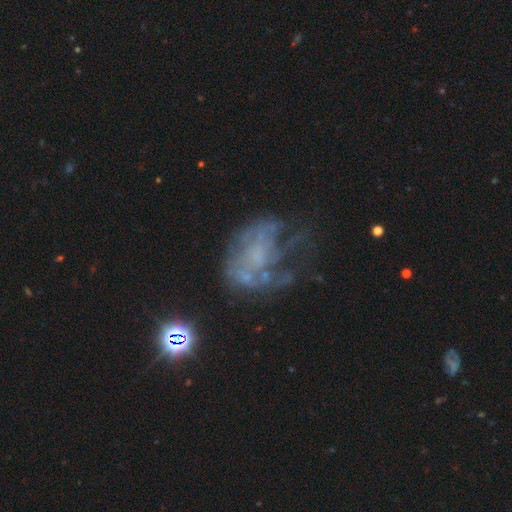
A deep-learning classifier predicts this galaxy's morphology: A featured or disk galaxy (61%) with no bar (85%), no spiral arms (67%) and no central bulge (63%).

Vote fractions:
- Smooth or featured? featured or disk: 61% / smooth: 20% / star or artifact: 19%
- Edge-on disk? no: 98% / yes: 2%
- Bar? no: 85% / weak: 12% / strong: 3%
- Spiral arms? no: 67% / yes: 33%
- Bulge size? none: 63% / small: 21% / moderate: 13% / large: 3% / dominant: 1%
- Merging? major disturbance: 38% / none: 34% / minor disturbance: 20% / merger: 7%